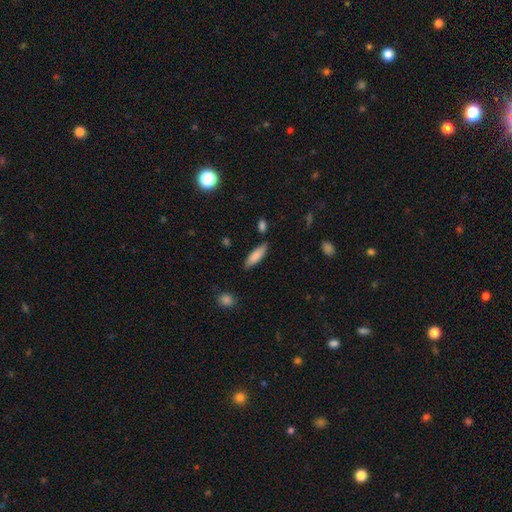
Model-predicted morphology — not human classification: smooth-or-featured: smooth: 83% | featured or disk: 11% | star or artifact: 6%
  how-rounded: cigar-shaped: 53% | in between: 45% | round: 2%
  merging: none: 81% | minor disturbance: 13% | merger: 4% | major disturbance: 3%